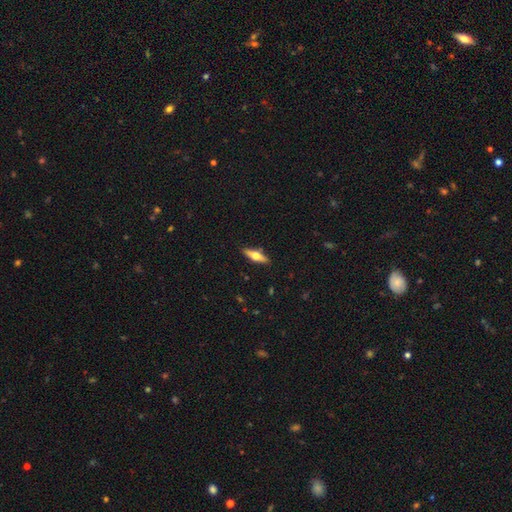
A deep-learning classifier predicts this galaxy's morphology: featured or disk 54%, smooth 40%, star or artifact 6%. Down the decision tree: edge-on disk — yes (93%); edge-on bulge — rounded (95%); merging — none (89%).